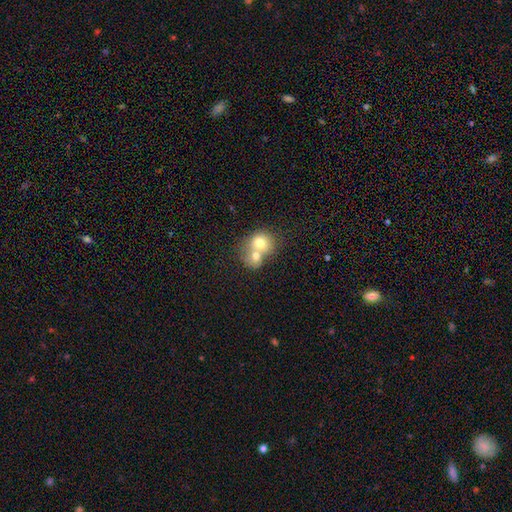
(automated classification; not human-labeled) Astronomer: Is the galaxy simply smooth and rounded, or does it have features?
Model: smooth — 69%.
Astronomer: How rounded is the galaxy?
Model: round — 67%.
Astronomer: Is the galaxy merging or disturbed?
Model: merger — 72%.